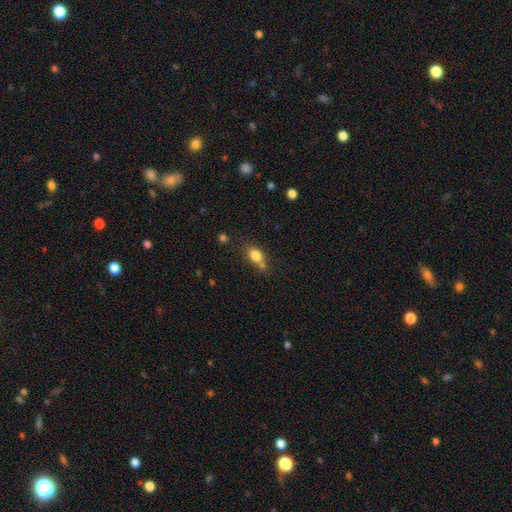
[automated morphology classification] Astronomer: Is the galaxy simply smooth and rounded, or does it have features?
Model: smooth — 81%.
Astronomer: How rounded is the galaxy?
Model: in between — 74%.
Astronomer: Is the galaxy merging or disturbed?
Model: none — 53%.